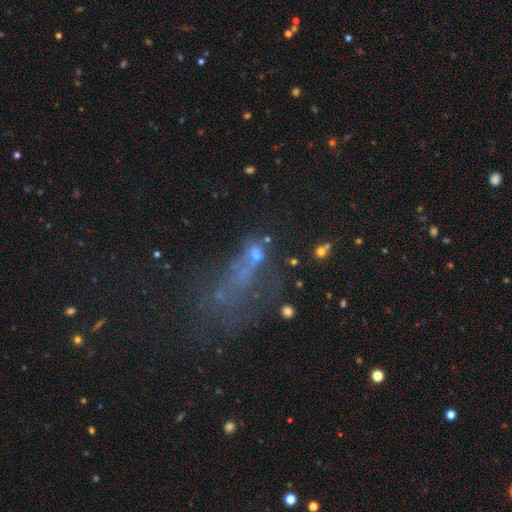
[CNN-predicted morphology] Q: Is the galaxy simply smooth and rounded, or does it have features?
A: featured or disk — 36%.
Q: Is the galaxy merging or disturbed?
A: major disturbance — 40%.